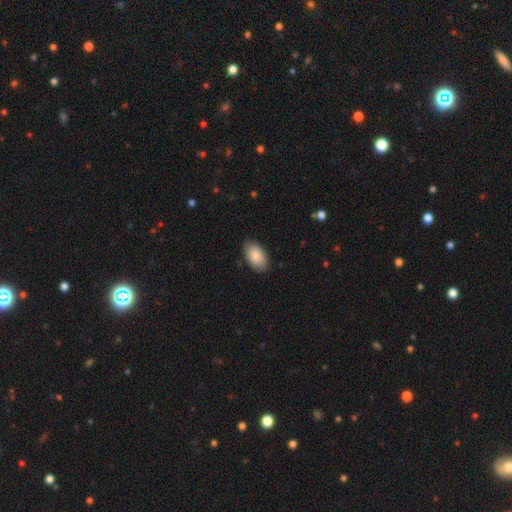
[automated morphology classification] The model was most divided on "merging": none: 86%, minor disturbance: 11%, major disturbance: 2%, merger: 1%. More confident: how rounded — in between (94%); smooth or featured — smooth (85%).